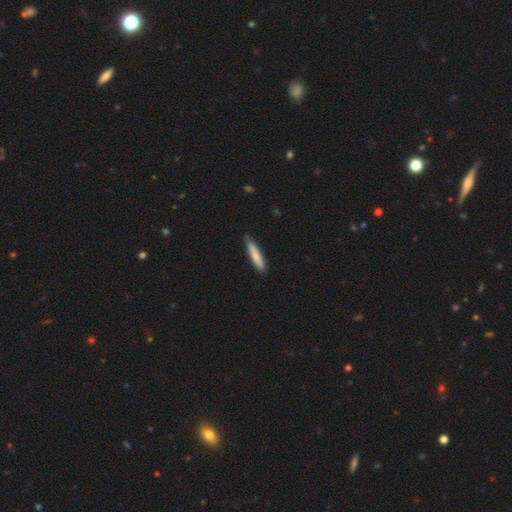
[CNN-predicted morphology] Overall: smooth (75%). How rounded: cigar-shaped (88%). Merging: none (80%).